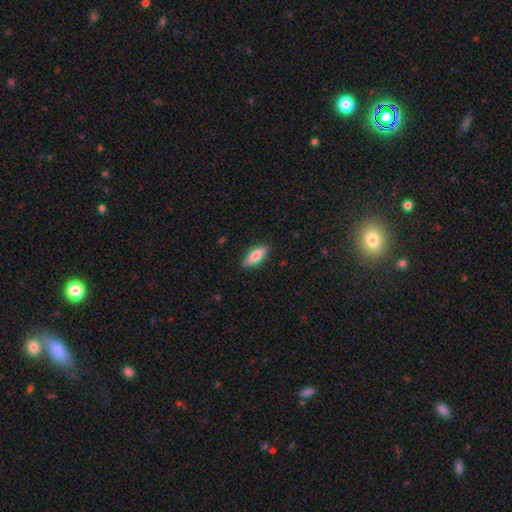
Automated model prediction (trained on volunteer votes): Q: Smooth or featured?
A: smooth (61%); runner-up: featured or disk (32%)
Q: How rounded?
A: in between (54%); runner-up: cigar-shaped (43%)
Q: Merging?
A: none (86%); runner-up: minor disturbance (10%)